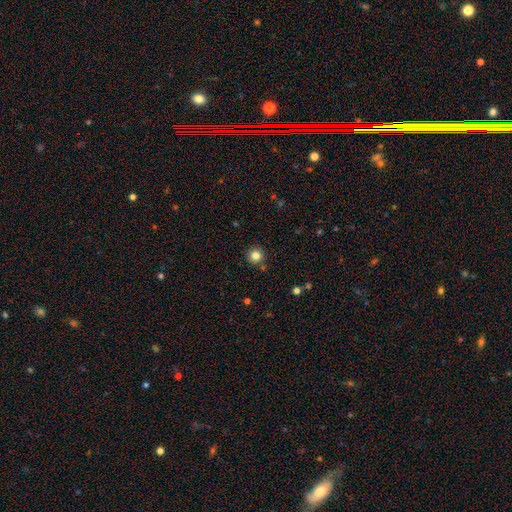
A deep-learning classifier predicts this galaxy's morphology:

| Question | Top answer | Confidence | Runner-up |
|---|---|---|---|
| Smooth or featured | smooth | 82% | star or artifact (12%) |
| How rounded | round | 95% | in between (4%) |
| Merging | none | 88% | minor disturbance (7%) |